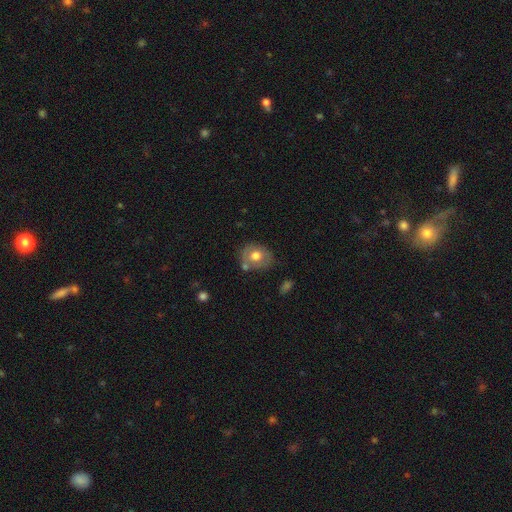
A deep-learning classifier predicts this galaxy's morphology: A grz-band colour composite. It shows a smooth galaxy with no disk features (64%) that is round (58%). Merging: none (63%).